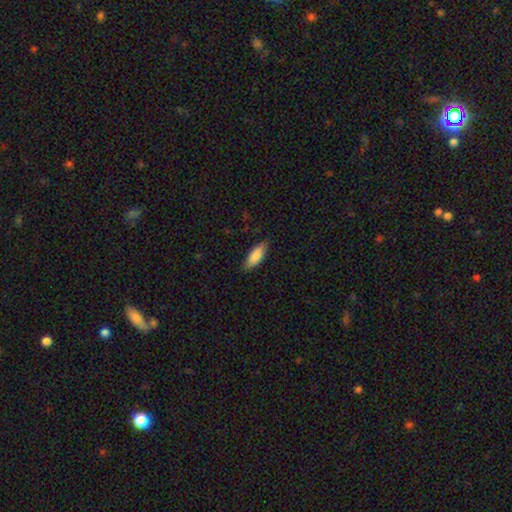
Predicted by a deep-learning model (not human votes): Morphology: type=smooth (86%); roundness=in between (74%); merging=none (81%).